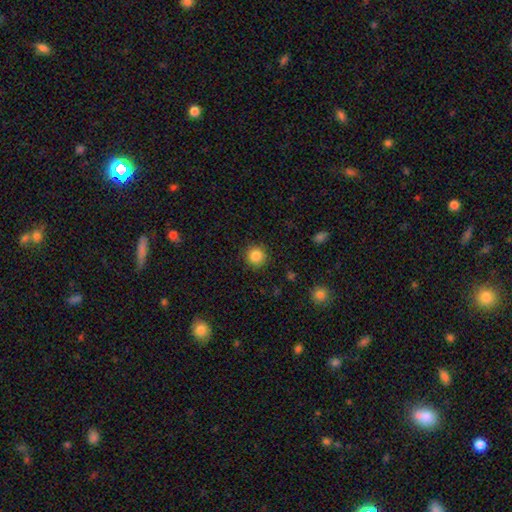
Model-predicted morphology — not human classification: A smooth galaxy with no disk features (85%) that is round (94%). Merging: none (91%).